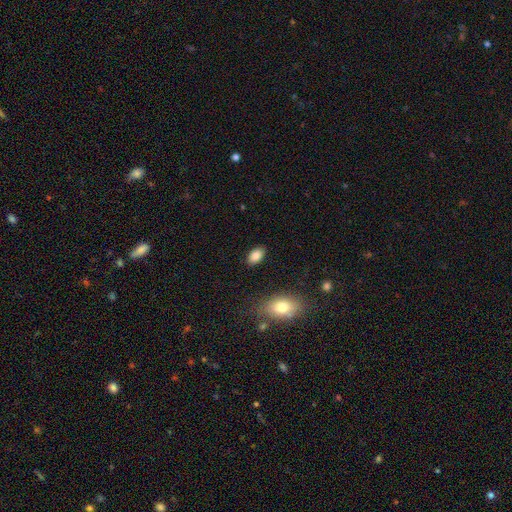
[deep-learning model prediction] The model was most divided on "smooth or featured": smooth: 86%, star or artifact: 8%, featured or disk: 6%. More confident: how rounded — in between (92%); merging — none (88%).